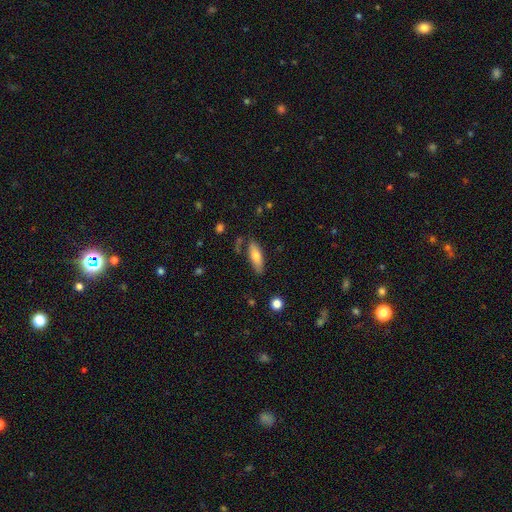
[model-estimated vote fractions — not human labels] Overall: smooth (70%). How rounded: in between (59%; cigar-shaped 39%). Merging: none (74%).